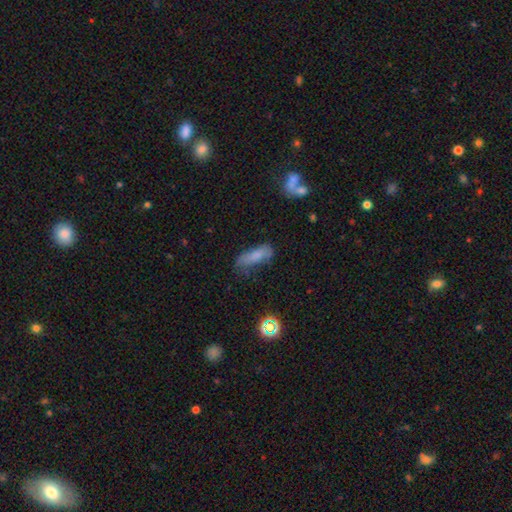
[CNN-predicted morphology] Q: Smooth or featured?
A: smooth (72%); runner-up: featured or disk (18%)
Q: How rounded?
A: in between (60%); runner-up: cigar-shaped (37%)
Q: Merging?
A: none (50%); runner-up: minor disturbance (31%)